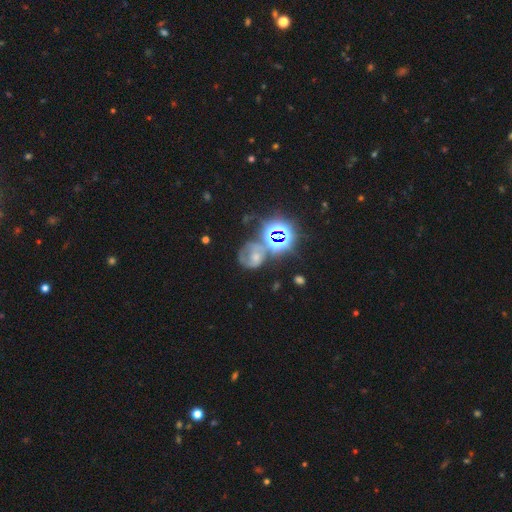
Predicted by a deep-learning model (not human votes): The model was most divided on "smooth or featured": star or artifact: 35%, featured or disk: 34%, smooth: 31%.